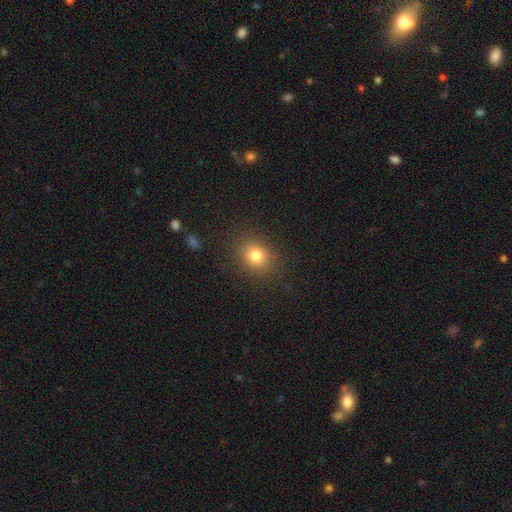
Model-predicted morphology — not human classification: smooth 80%, star or artifact 13%, featured or disk 7%. Down the decision tree: how rounded — round (62%); merging — none (87%).